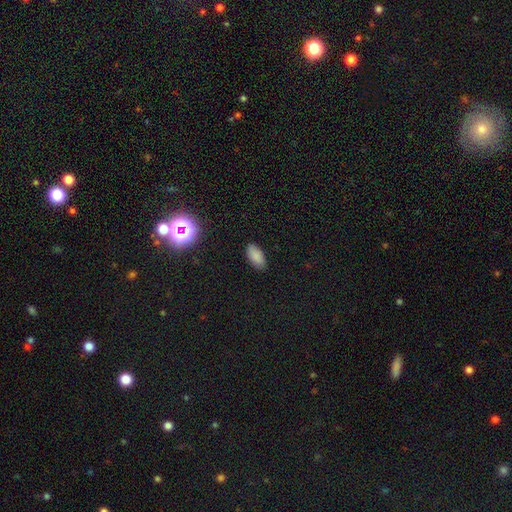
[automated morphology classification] A smooth galaxy with no disk features (84%) that is in between round and cigar-shaped (92%).

Vote fractions:
- Smooth or featured? smooth: 84% / star or artifact: 11% / featured or disk: 5%
- How rounded? in between: 92% / cigar-shaped: 5% / round: 3%
- Merging? none: 86% / minor disturbance: 11% / major disturbance: 2% / merger: 1%